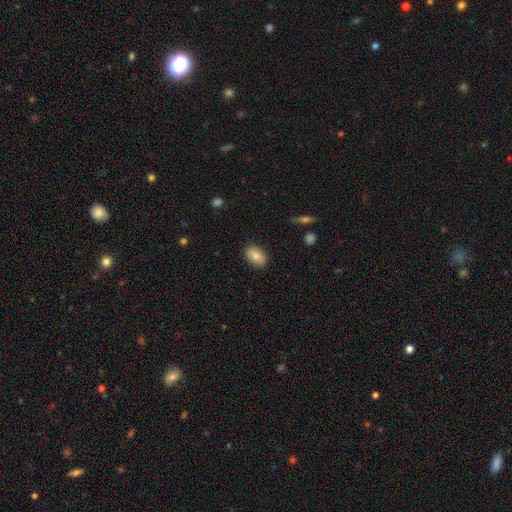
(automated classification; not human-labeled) Smooth or featured: smooth — 82% (featured or disk — 11%)
How rounded: in between — 85% (round — 14%)
Merging: none — 87% (minor disturbance — 10%)